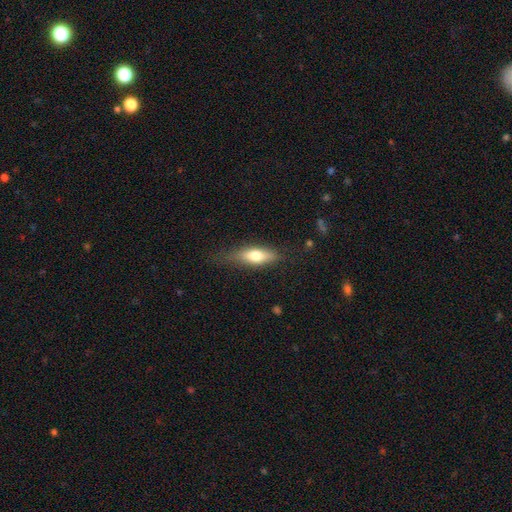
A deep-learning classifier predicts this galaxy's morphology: A smooth galaxy with no disk features (65%) that is in between round and cigar-shaped (57%).

Vote fractions:
- Smooth or featured? smooth: 65% / featured or disk: 28% / star or artifact: 7%
- How rounded? in between: 57% / cigar-shaped: 39% / round: 3%
- Merging? none: 70% / minor disturbance: 21% / major disturbance: 7% / merger: 2%